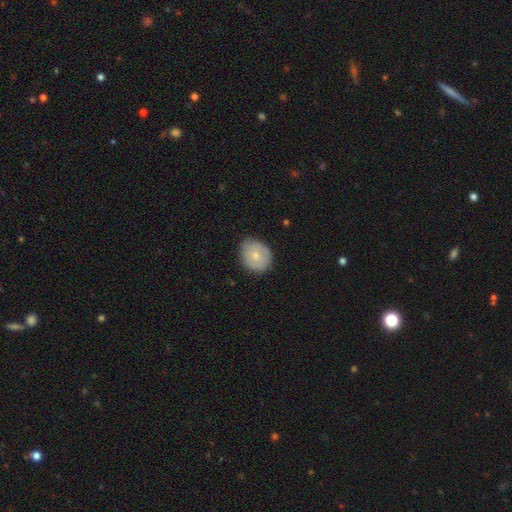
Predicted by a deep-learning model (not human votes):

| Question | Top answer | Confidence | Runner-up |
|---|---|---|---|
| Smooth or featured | smooth | 67% | featured or disk (26%) |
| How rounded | round | 68% | in between (31%) |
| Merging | none | 78% | minor disturbance (18%) |